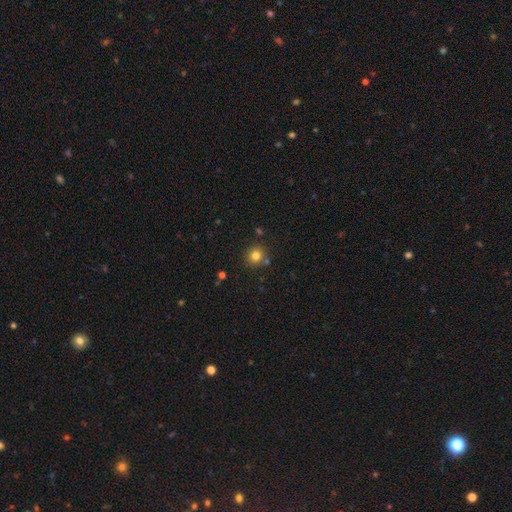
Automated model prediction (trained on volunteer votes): This appears to be a smooth galaxy with no disk features (81%) that is round (90%). Merging: none (82%).